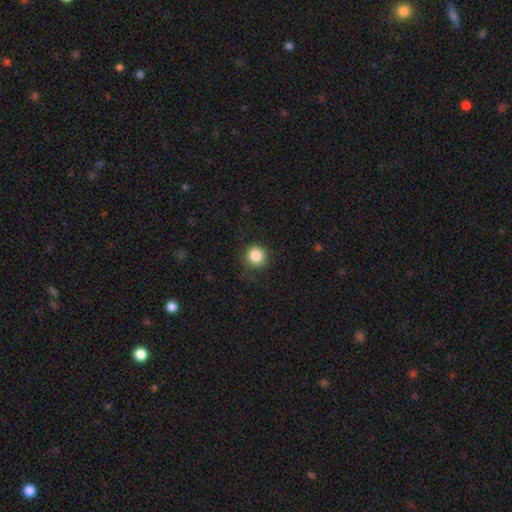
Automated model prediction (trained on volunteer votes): Smooth or featured? Predicted: smooth (p=0.85). How rounded? Predicted: round (p=0.92). Merging? Predicted: none (p=0.80).